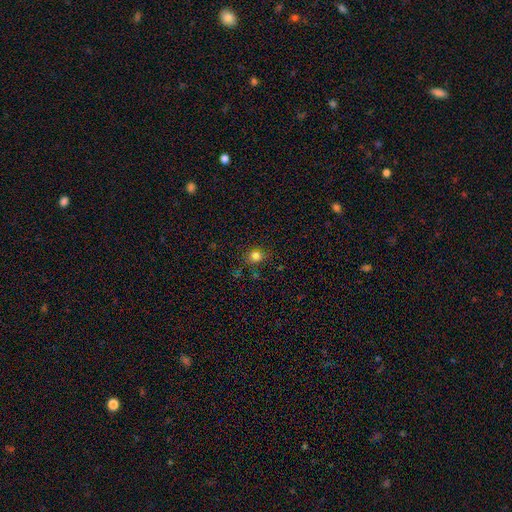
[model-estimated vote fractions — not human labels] Overall: smooth (80%). How rounded: round (77%). Merging: none (81%).